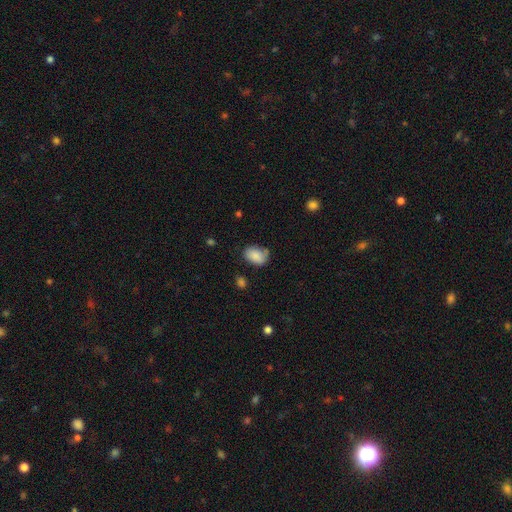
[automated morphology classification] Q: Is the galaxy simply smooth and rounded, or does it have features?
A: smooth — 82%.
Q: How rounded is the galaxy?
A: in between — 80%.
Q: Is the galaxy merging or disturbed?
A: none — 60%.